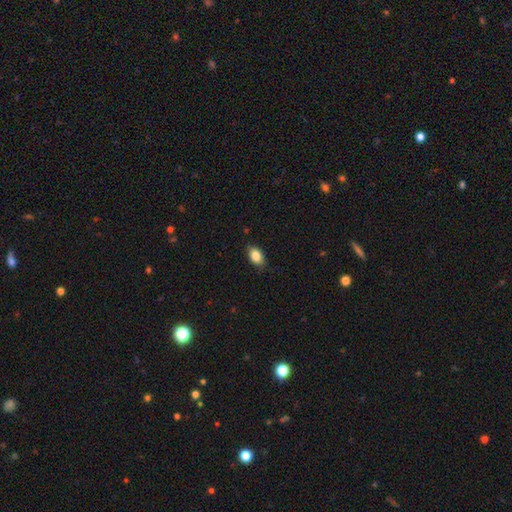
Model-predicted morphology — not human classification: smooth 84%, featured or disk 8%, star or artifact 8%. Down the decision tree: how rounded — in between (88%); merging — none (84%).